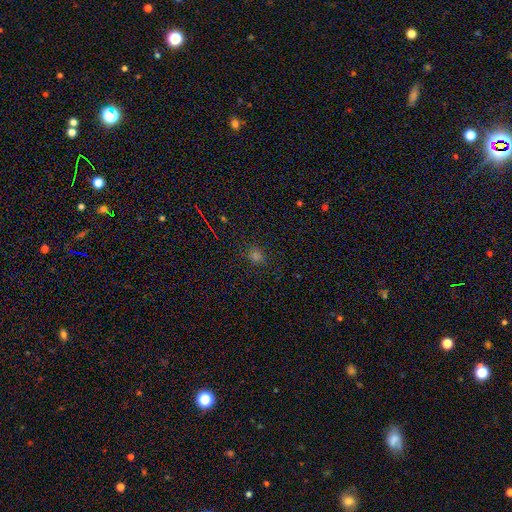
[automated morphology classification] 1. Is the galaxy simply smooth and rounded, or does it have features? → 61% smooth, 33% star or artifact, 6% featured or disk.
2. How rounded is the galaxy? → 78% round, 21% in between, 1% cigar-shaped.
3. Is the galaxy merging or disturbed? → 86% none, 10% minor disturbance, 3% major disturbance, 1% merger.